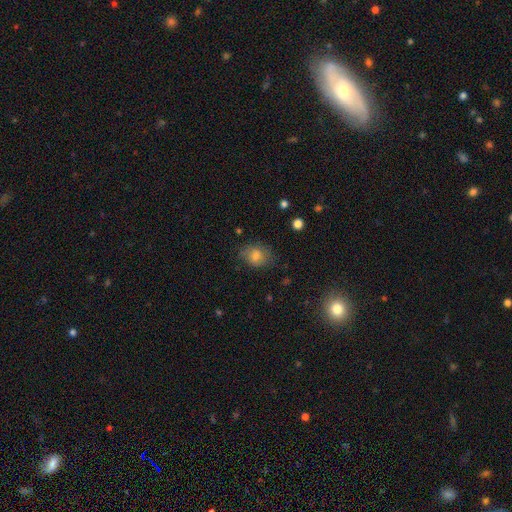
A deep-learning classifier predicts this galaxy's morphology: Overall: smooth (75%). How rounded: in between (58%; round 41%). Merging: none (65%).